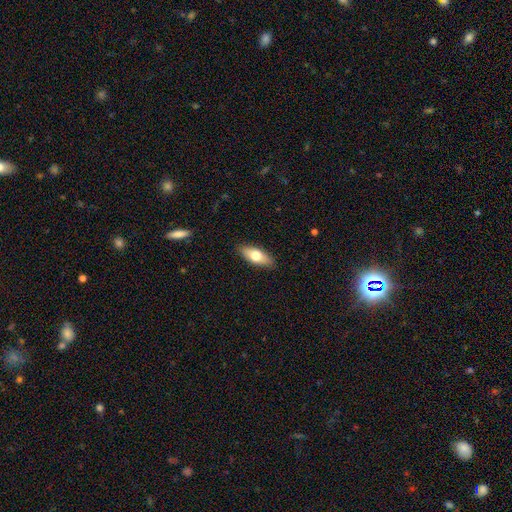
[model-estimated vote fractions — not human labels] Q: Smooth or featured?
A: smooth (68%); runner-up: featured or disk (25%)
Q: How rounded?
A: in between (79%); runner-up: cigar-shaped (18%)
Q: Merging?
A: none (88%); runner-up: minor disturbance (9%)